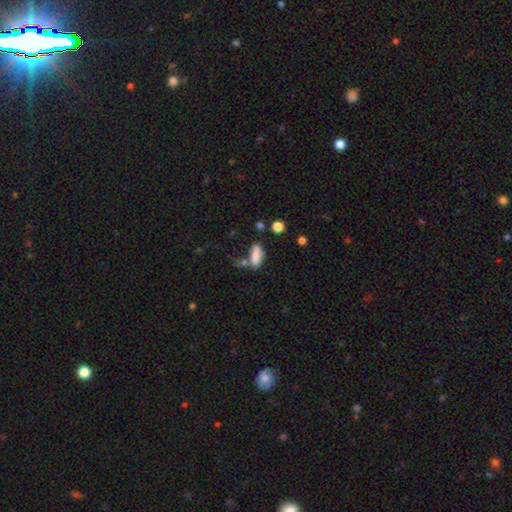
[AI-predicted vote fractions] Q: Smooth or featured?
A: smooth (81%); runner-up: featured or disk (10%)
Q: How rounded?
A: in between (71%); runner-up: cigar-shaped (26%)
Q: Merging?
A: none (45%); runner-up: minor disturbance (24%)